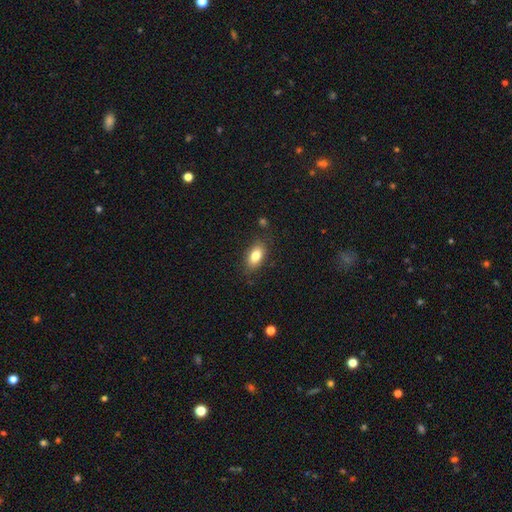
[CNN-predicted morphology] type=smooth (83%); roundness=in between (89%); merging=none (82%).